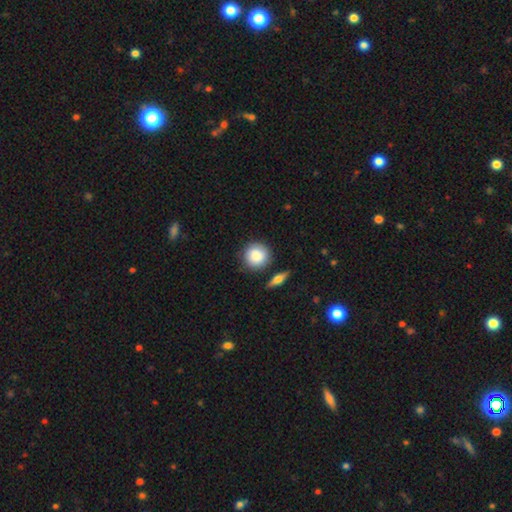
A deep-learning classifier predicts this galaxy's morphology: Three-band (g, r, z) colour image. It shows a smooth galaxy with no disk features (86%) that is round (91%). Merging: none (82%).